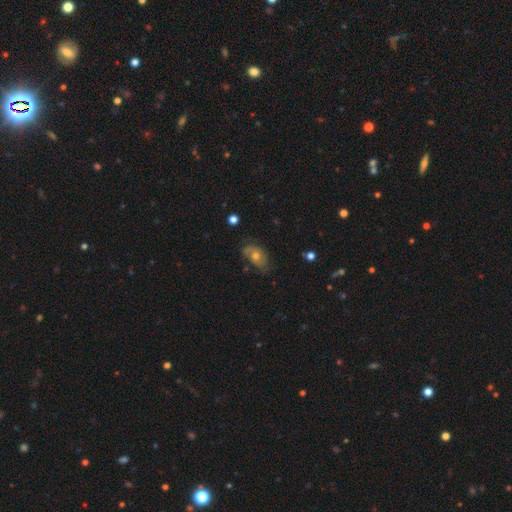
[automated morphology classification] smooth_or_featured: featured or disk (p=0.52) [alt: smooth p=0.35]
disk_edge_on: no (p=0.92) [alt: yes p=0.08]
merging: none (p=0.62) [alt: minor disturbance p=0.25]